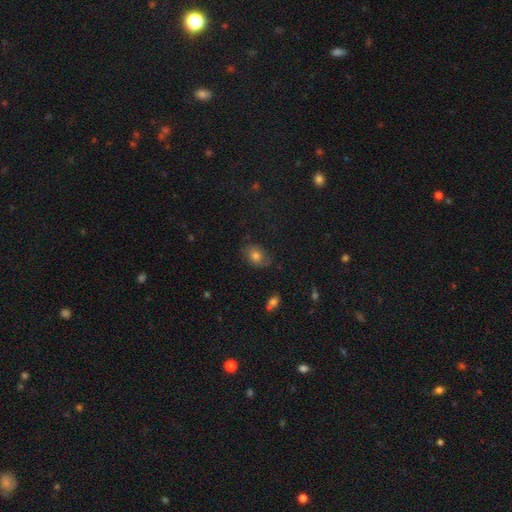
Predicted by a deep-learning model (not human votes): Overall: smooth (64%). How rounded: in between (63%; round 36%). Merging: none (68%).